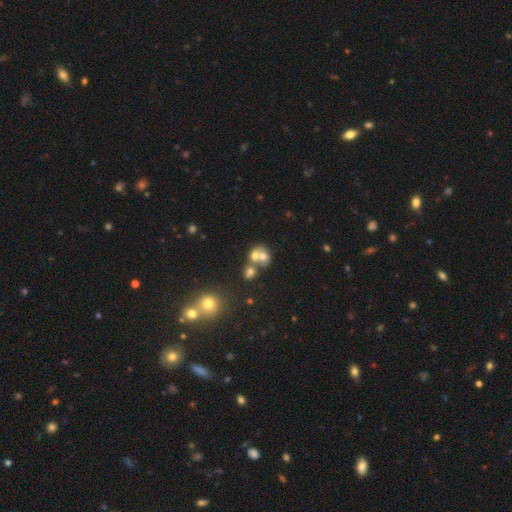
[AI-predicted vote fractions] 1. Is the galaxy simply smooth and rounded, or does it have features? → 61% smooth, 25% featured or disk, 14% star or artifact.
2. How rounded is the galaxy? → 66% round, 33% in between, 1% cigar-shaped.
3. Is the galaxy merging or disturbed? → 64% merger, 25% none, 7% minor disturbance, 4% major disturbance.